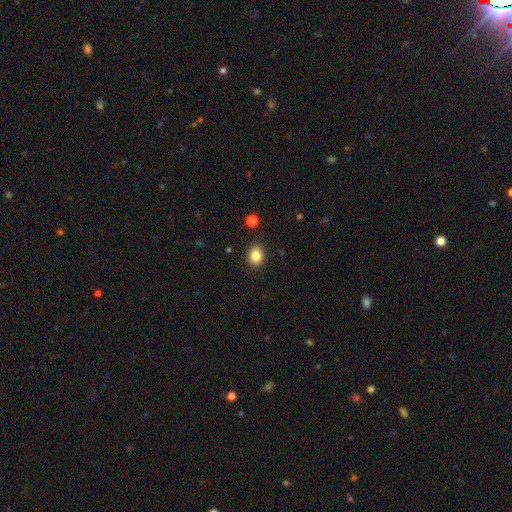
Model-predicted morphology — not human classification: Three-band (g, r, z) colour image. It shows a smooth galaxy with no disk features (85%) that is in between round and cigar-shaped (54%). Merging: none (88%).